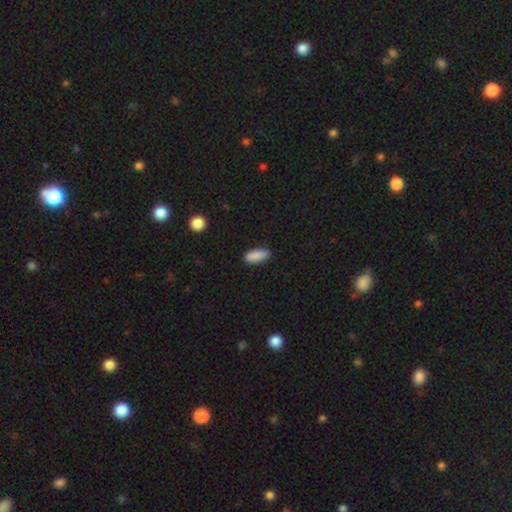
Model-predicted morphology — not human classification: Smooth or featured? smooth (88%)
How rounded? in between (66%)
Merging? none (85%)